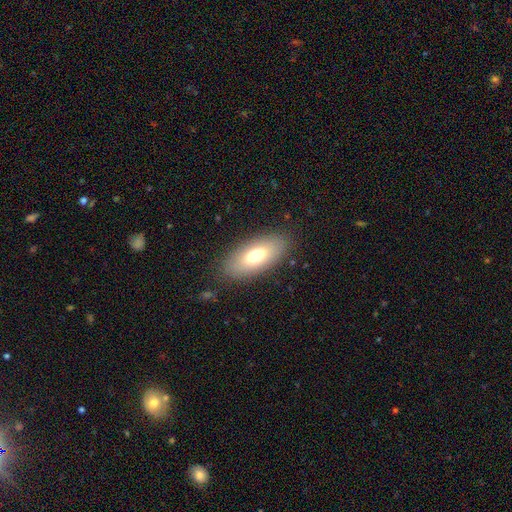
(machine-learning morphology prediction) The model was most divided on "smooth or featured": smooth: 72%, featured or disk: 21%, star or artifact: 7%. More confident: merging — none (85%); how rounded — in between (85%).